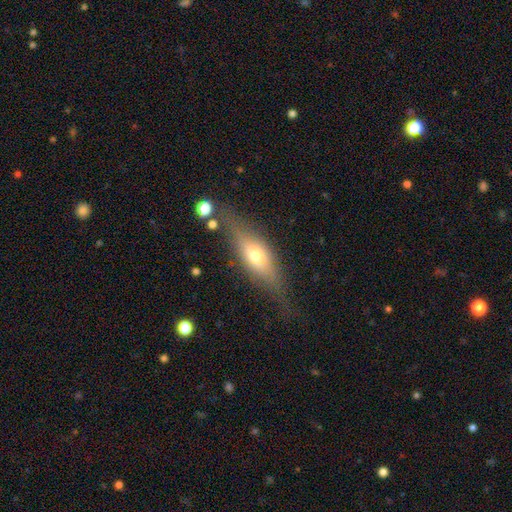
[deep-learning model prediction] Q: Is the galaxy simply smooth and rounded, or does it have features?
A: featured or disk — 51%.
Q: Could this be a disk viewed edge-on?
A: yes — 85%.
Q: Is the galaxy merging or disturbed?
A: none — 71%.